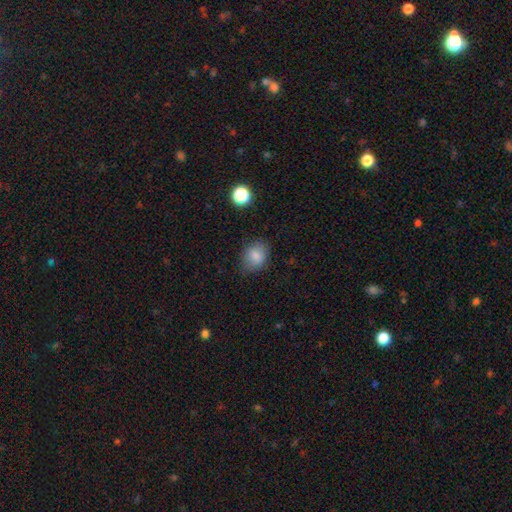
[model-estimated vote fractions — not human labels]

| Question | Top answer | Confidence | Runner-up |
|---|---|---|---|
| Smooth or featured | smooth | 82% | star or artifact (10%) |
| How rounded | round | 51% | in between (48%) |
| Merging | none | 76% | minor disturbance (18%) |